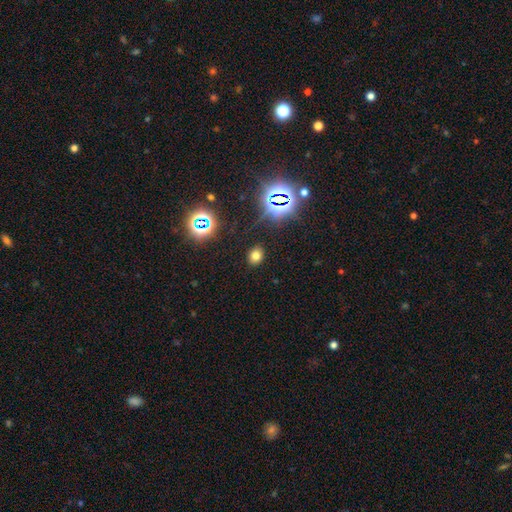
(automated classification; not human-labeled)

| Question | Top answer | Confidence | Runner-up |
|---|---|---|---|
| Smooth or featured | smooth | 68% | star or artifact (24%) |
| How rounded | in between | 53% | round (46%) |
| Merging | none | 87% | minor disturbance (8%) |